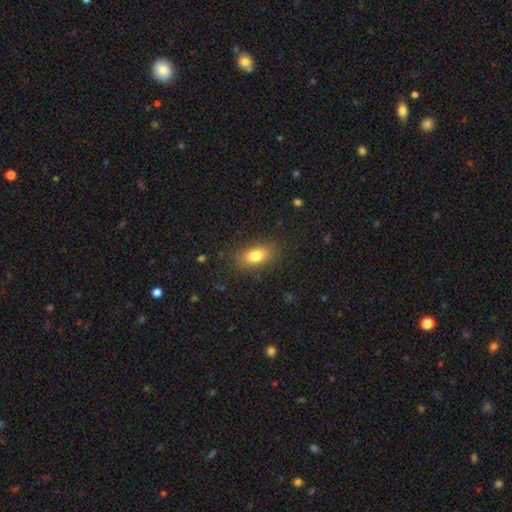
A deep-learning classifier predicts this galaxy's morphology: Q: Smooth or featured?
A: smooth (80%); runner-up: featured or disk (11%)
Q: How rounded?
A: in between (84%); runner-up: round (13%)
Q: Merging?
A: none (84%); runner-up: minor disturbance (11%)